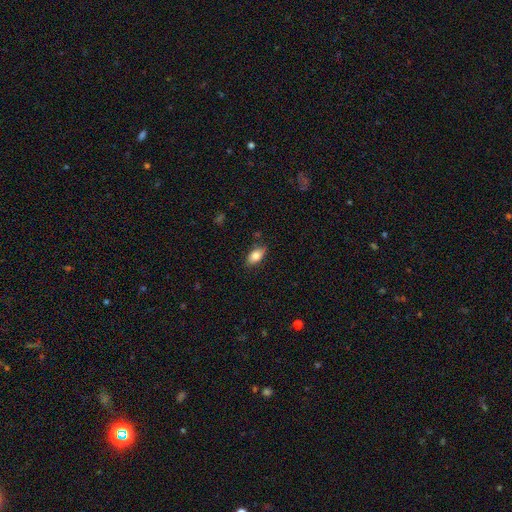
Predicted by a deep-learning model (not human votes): This appears to be a smooth galaxy with no disk features (80%) that is in between round and cigar-shaped (88%). Merging: none (79%).